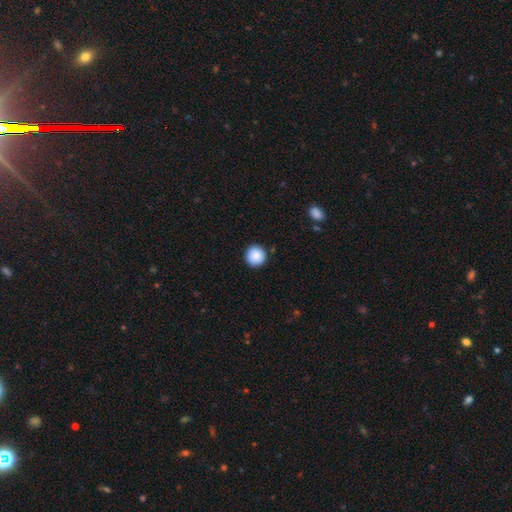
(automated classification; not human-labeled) Q: Smooth or featured?
A: smooth (87%); runner-up: star or artifact (8%)
Q: How rounded?
A: round (95%); runner-up: in between (4%)
Q: Merging?
A: none (91%); runner-up: minor disturbance (6%)